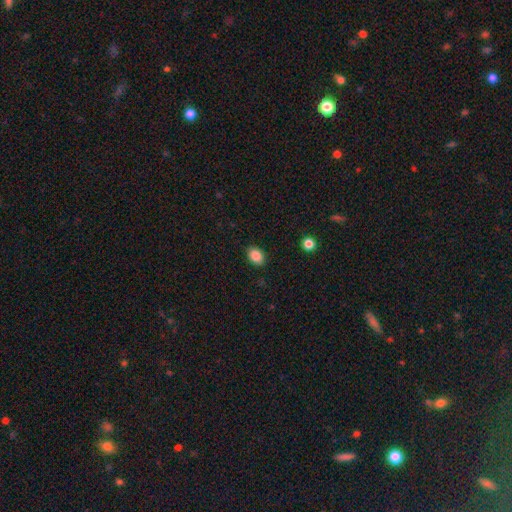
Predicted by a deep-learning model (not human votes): Morphology: type=smooth (87%); roundness=in between (78%); merging=none (88%).